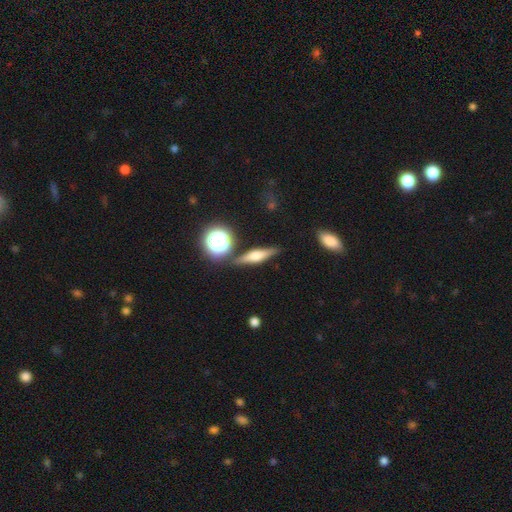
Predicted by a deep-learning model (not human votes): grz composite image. It shows a featured or disk galaxy (59%) viewed edge-on (94%) with a rounded central bulge (87%). Merging: none (83%).